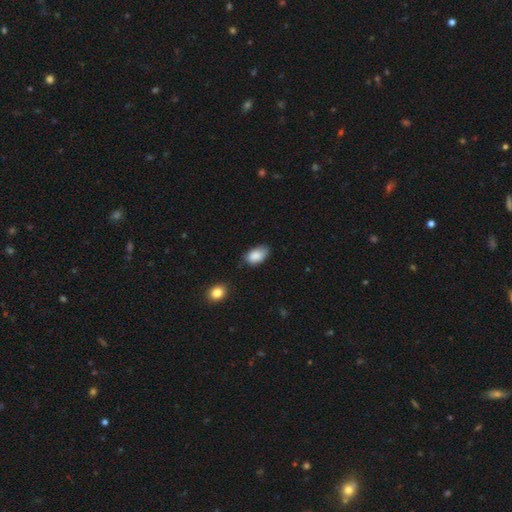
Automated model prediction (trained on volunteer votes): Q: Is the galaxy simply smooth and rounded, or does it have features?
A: smooth — 87%.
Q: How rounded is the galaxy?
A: in between — 91%.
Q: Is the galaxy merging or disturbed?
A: none — 64%.